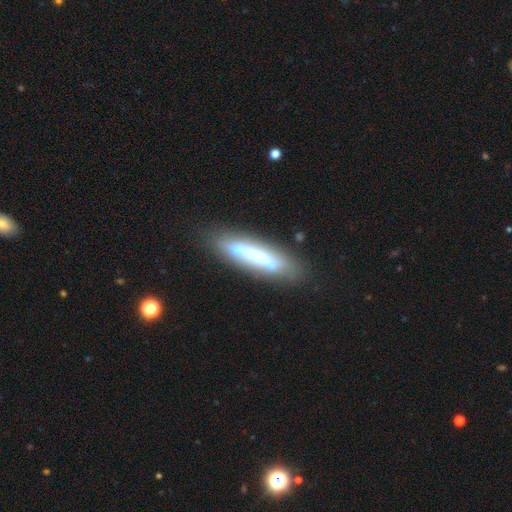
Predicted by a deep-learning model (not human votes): smooth-or-featured: featured or disk: 61% | smooth: 31% | star or artifact: 8%
  disk-edge-on: yes: 62% | no: 38%
  merging: none: 72% | minor disturbance: 16% | merger: 6% | major disturbance: 6%